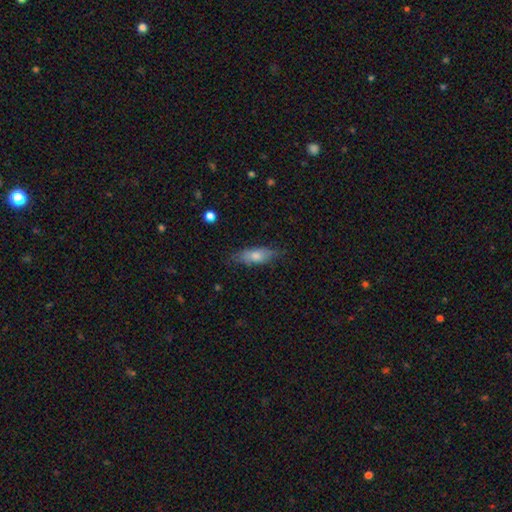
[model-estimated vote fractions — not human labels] Smooth or featured? Predicted: smooth (p=0.70). How rounded? Predicted: in between (p=0.68). Merging? Predicted: none (p=0.72).